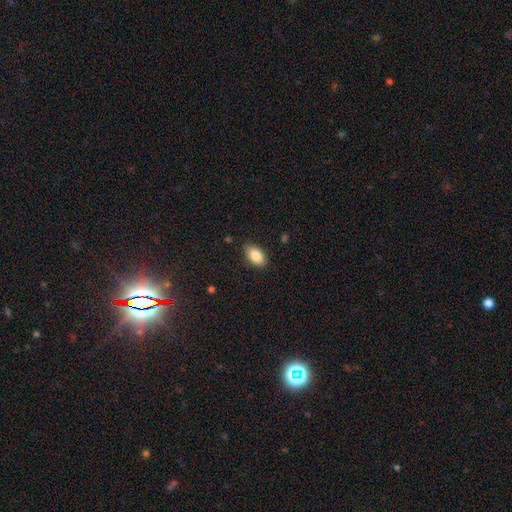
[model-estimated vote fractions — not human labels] smooth 86%, star or artifact 7%, featured or disk 6%. Down the decision tree: how rounded — in between (92%); merging — none (83%).